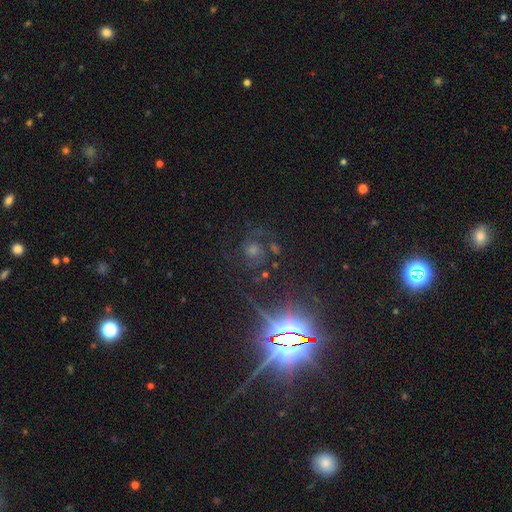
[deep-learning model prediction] The model was most divided on "smooth or featured": star or artifact: 69%, featured or disk: 19%, smooth: 12%.